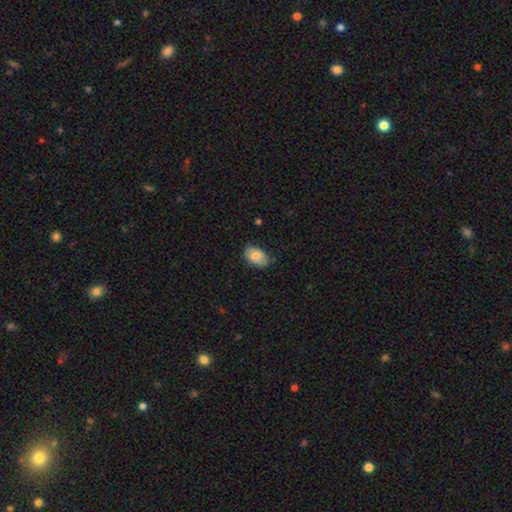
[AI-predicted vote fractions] Morphology: type=smooth (72%); roundness=in between (89%); merging=none (73%).